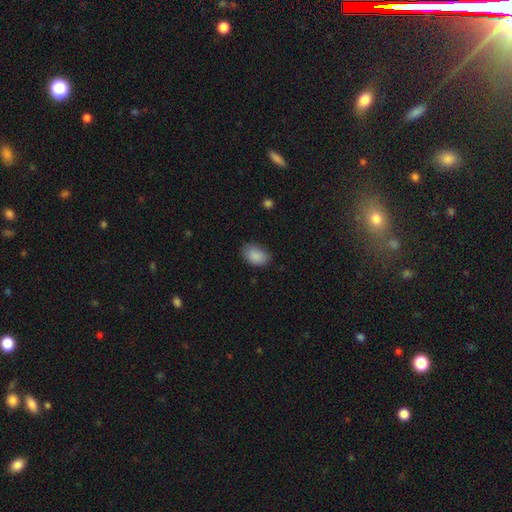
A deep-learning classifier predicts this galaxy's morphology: A smooth galaxy with no disk features (88%) that is in between round and cigar-shaped (88%). Merging: none (71%).